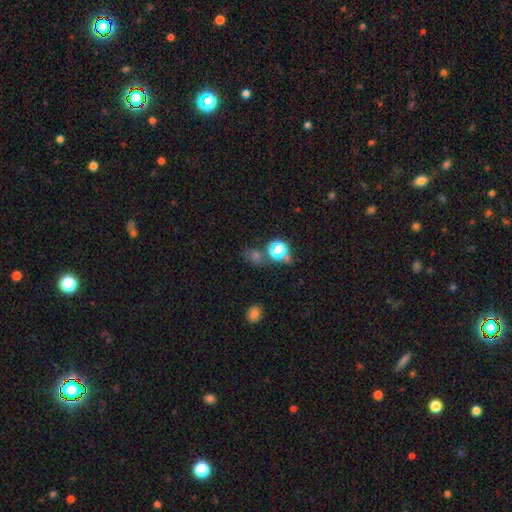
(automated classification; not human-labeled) The model was most divided on "smooth or featured": star or artifact: 45%, smooth: 44%, featured or disk: 10%.